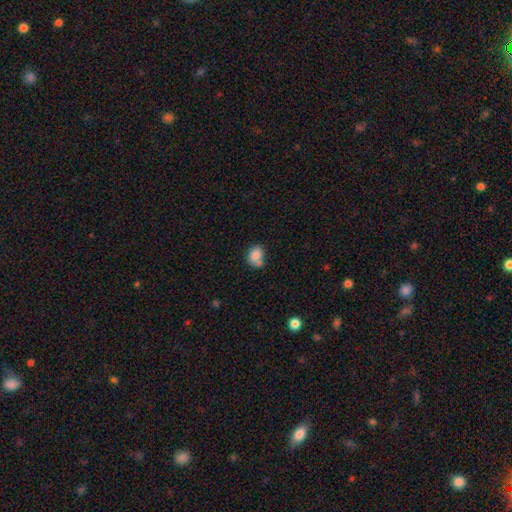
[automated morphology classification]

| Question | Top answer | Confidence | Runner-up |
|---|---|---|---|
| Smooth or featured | smooth | 82% | star or artifact (9%) |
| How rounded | in between | 56% | round (43%) |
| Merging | none | 46% | merger (27%) |